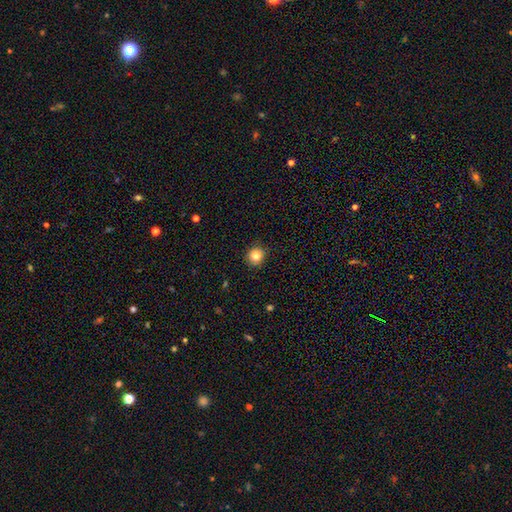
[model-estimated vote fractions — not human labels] smooth_or_featured: smooth (p=0.83) [alt: star or artifact p=0.11]
how_rounded: round (p=0.90) [alt: in between p=0.09]
merging: none (p=0.91) [alt: minor disturbance p=0.06]